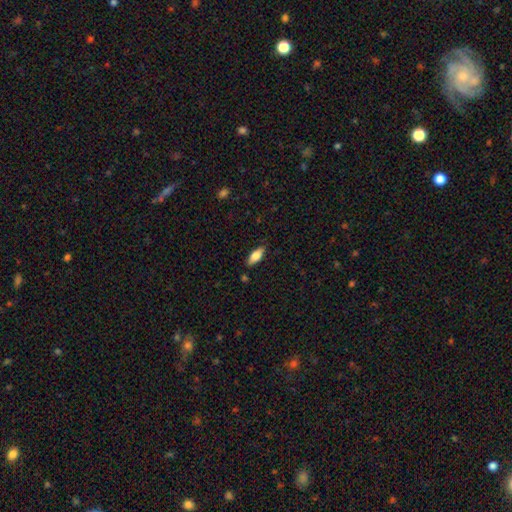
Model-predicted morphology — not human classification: smooth 77%, featured or disk 17%, star or artifact 7%. Down the decision tree: how rounded — in between (77%); merging — none (84%).